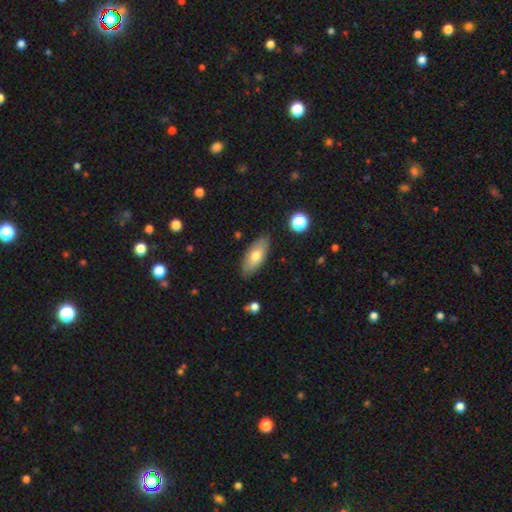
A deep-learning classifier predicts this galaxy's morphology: This appears to be a smooth galaxy with no disk features (69%) that is in between round and cigar-shaped (84%). Merging: none (83%).